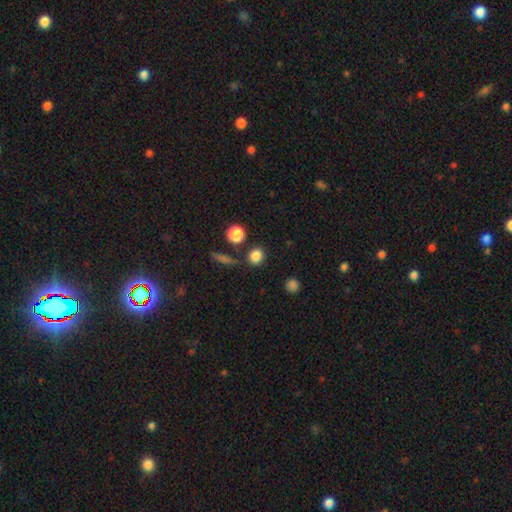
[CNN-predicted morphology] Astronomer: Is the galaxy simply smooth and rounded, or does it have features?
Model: smooth — 83%.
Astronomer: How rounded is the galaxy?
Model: round — 75%.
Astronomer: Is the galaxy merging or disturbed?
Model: none — 79%.